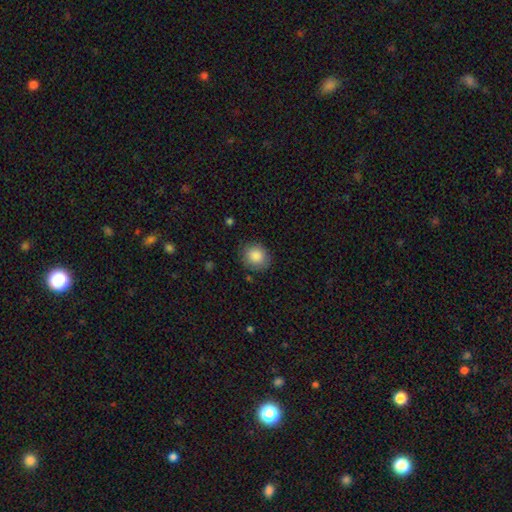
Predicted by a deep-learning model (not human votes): Q: Smooth or featured?
A: smooth (87%); runner-up: star or artifact (8%)
Q: How rounded?
A: round (81%); runner-up: in between (18%)
Q: Merging?
A: none (84%); runner-up: minor disturbance (12%)